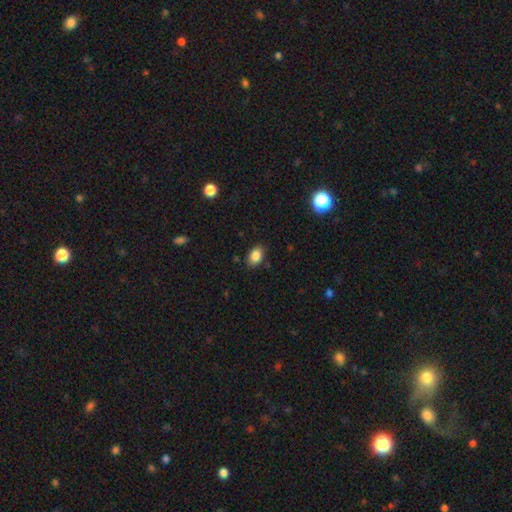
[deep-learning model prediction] smooth 86%, star or artifact 9%, featured or disk 5%. Down the decision tree: how rounded — in between (81%); merging — none (85%).